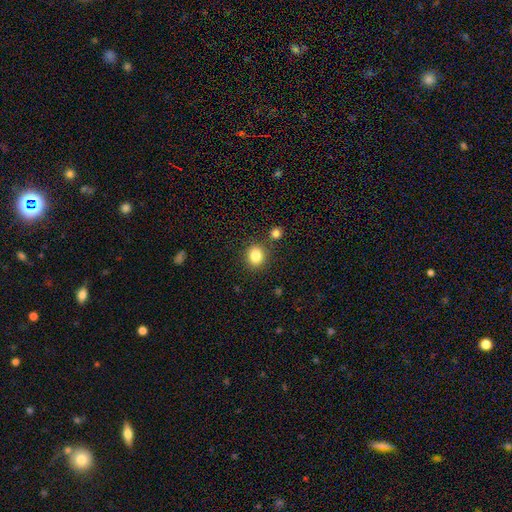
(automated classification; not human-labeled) smooth 84%, star or artifact 10%, featured or disk 5%. Down the decision tree: how rounded — round (70%); merging — none (81%).